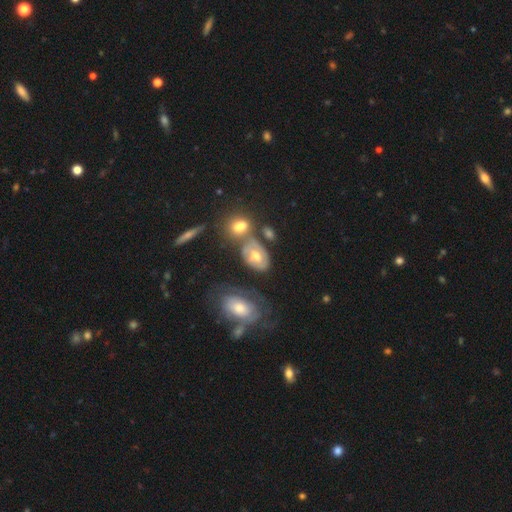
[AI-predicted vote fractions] Smooth or featured? Predicted: featured or disk (p=0.53). Edge-on disk? Predicted: no (p=0.94). Bar? Predicted: no (p=0.68). Spiral arms? Predicted: yes (p=0.56). Bulge size? Predicted: moderate (p=0.67). Merging? Predicted: none (p=0.41).